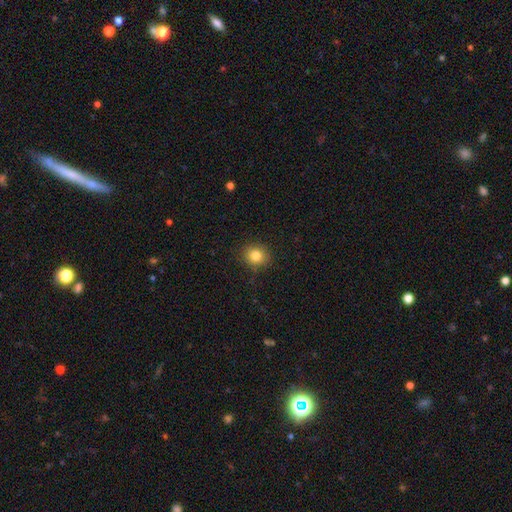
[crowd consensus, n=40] Smooth or featured? smooth (72%)
How rounded? round (79%)
Merging? none (92%)